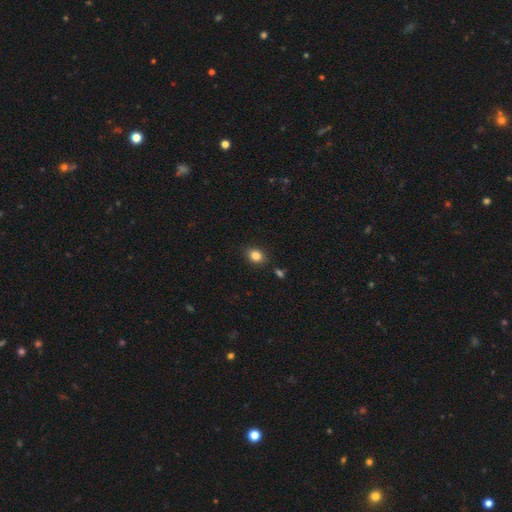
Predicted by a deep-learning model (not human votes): This appears to be a smooth galaxy with no disk features (85%) that is in between round and cigar-shaped (60%). Merging: none (85%).